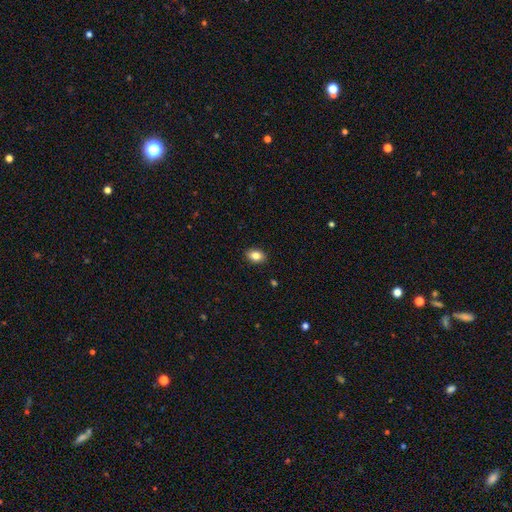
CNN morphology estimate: smooth-or-featured: smooth: 83% | star or artifact: 8% | featured or disk: 8%
  how-rounded: in between: 83% | round: 15% | cigar-shaped: 2%
  merging: none: 89% | minor disturbance: 8% | major disturbance: 2% | merger: 1%